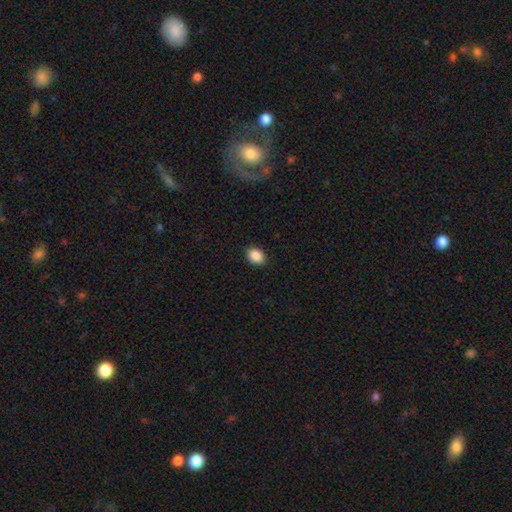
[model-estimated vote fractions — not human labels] This is clearly a smooth galaxy (90%). How rounded: likely in between (67%). Merging: clearly none (90%).